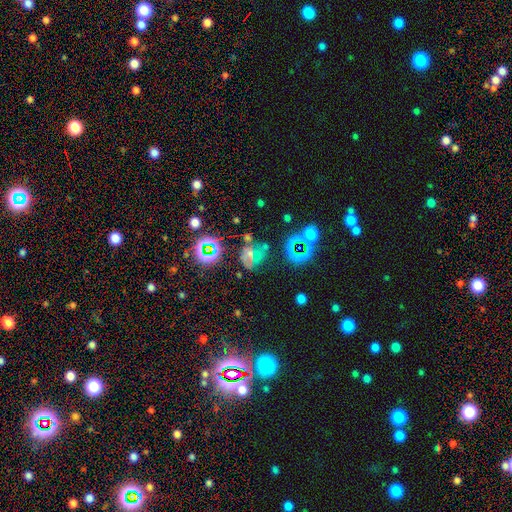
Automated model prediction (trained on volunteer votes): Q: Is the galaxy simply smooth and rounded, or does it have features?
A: star or artifact — 42%.